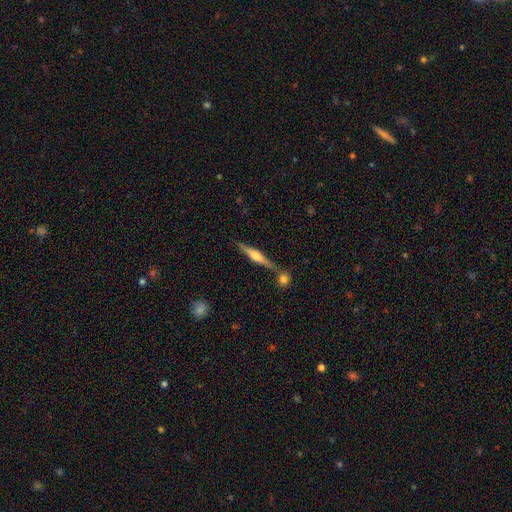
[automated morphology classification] Overall: featured or disk (66%; smooth 28%). Edge-on disk: yes (97%). Edge-on bulge: rounded (78%). Merging: none (76%).